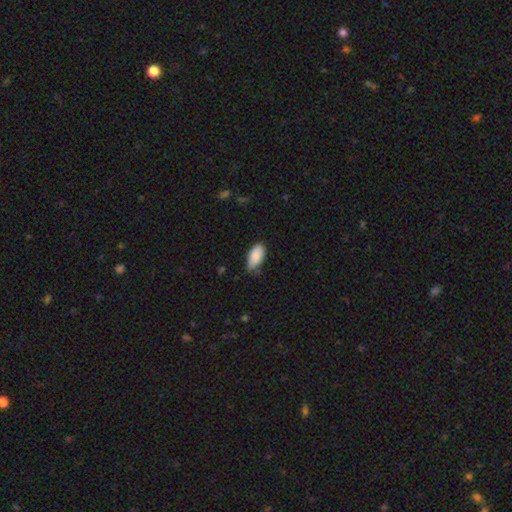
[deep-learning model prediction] Smooth or featured? Predicted: smooth (p=0.88). How rounded? Predicted: in between (p=0.93). Merging? Predicted: none (p=0.63).